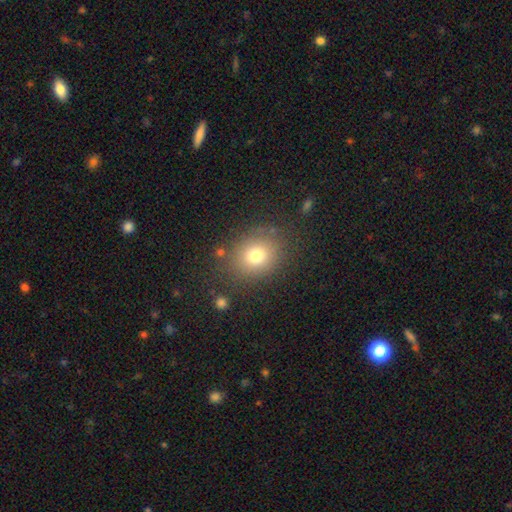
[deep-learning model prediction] The model was most divided on "how rounded": round: 63%, in between: 36%, cigar-shaped: 1%. More confident: merging — none (81%); smooth or featured — smooth (75%).